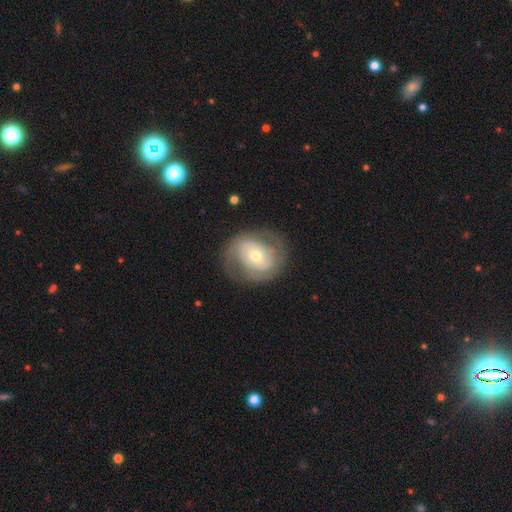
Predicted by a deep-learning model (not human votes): This appears to be a featured or disk galaxy (66%) with no bar (52%), spiral arms (70%) and a moderate central bulge (59%). Merging: none (76%).